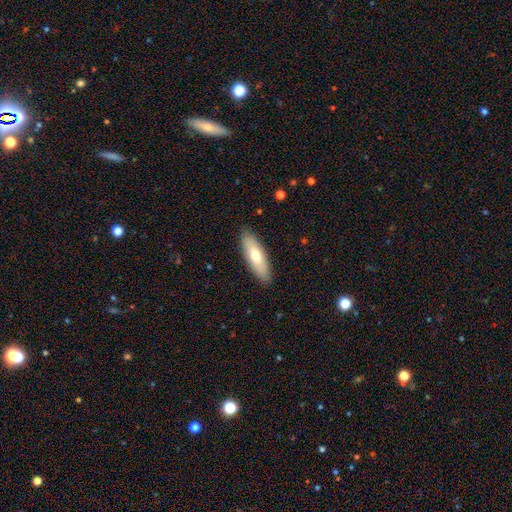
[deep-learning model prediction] smooth_or_featured: smooth (p=0.66) [alt: featured or disk p=0.28]
how_rounded: in between (p=0.59) [alt: cigar-shaped p=0.39]
merging: none (p=0.88) [alt: minor disturbance p=0.09]